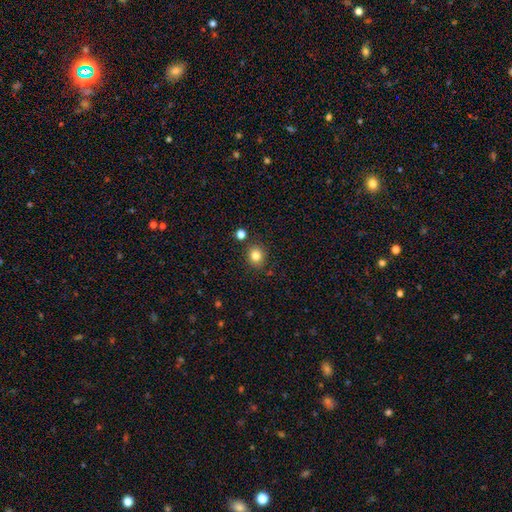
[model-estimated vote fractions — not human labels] Smooth or featured: smooth — 82% (star or artifact — 12%)
How rounded: round — 81% (in between — 18%)
Merging: none — 85% (minor disturbance — 9%)